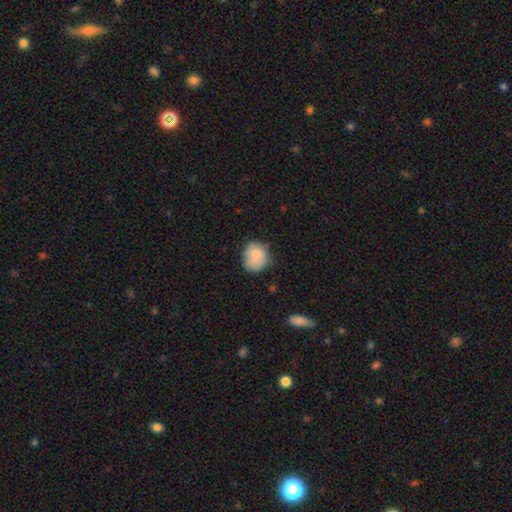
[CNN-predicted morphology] type=smooth (79%); roundness=round (71%); merging=none (63%).